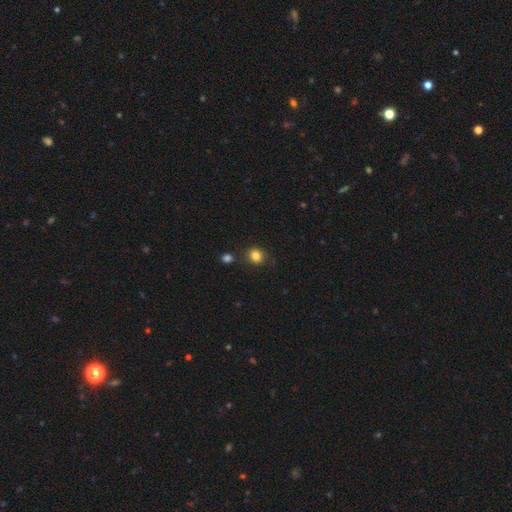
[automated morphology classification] Smooth or featured: smooth — 84% (star or artifact — 11%)
How rounded: round — 77% (in between — 23%)
Merging: none — 82% (minor disturbance — 10%)